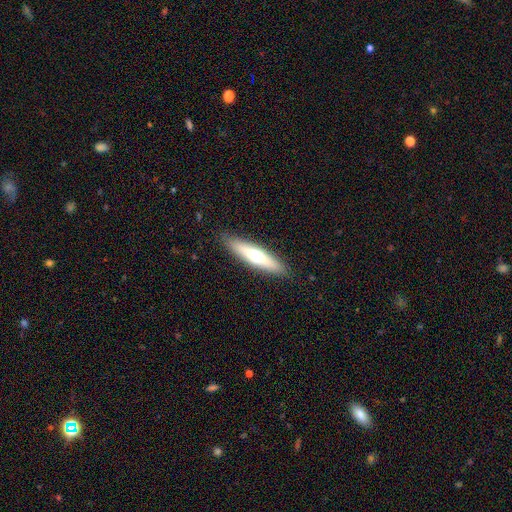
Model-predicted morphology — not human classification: A smooth galaxy with no disk features (55%) that is cigar-shaped (77%). Merging: none (88%).